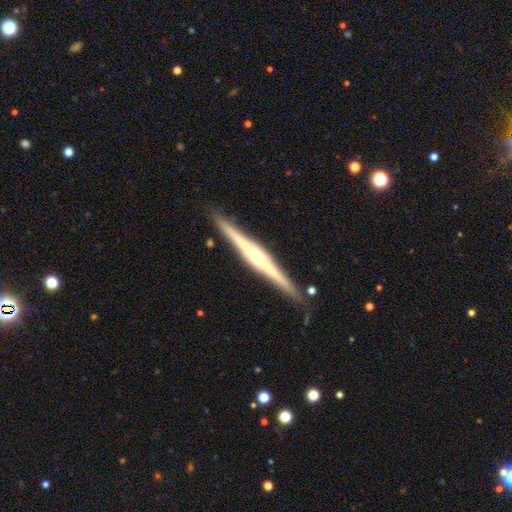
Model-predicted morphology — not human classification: Q: Smooth or featured?
A: featured or disk (80%); runner-up: smooth (15%)
Q: Edge-on disk?
A: yes (98%); runner-up: no (2%)
Q: Edge-on bulge?
A: rounded (70%); runner-up: boxy (19%)
Q: Merging?
A: none (89%); runner-up: minor disturbance (8%)